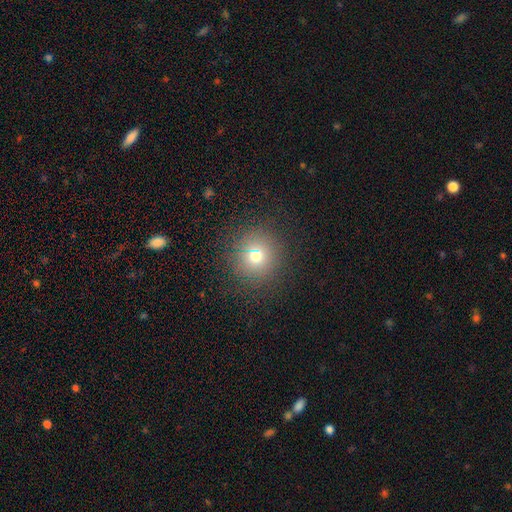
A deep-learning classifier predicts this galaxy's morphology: This appears to be a smooth galaxy with no disk features (70%) that is round (94%). Merging: none (88%).